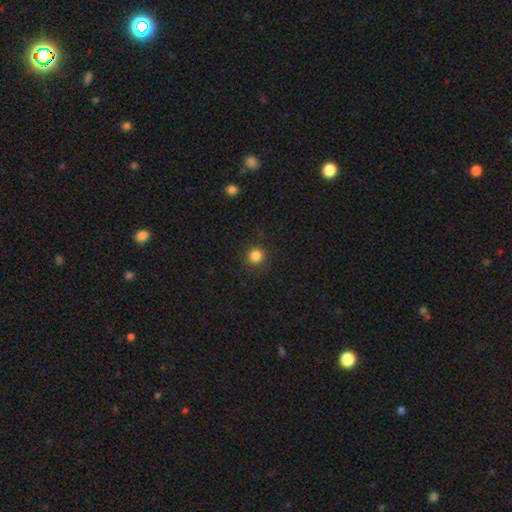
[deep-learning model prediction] smooth-or-featured: smooth: 84% | star or artifact: 12% | featured or disk: 4%
  how-rounded: round: 93% | in between: 6% | cigar-shaped: 1%
  merging: none: 89% | minor disturbance: 8% | major disturbance: 3% | merger: 1%